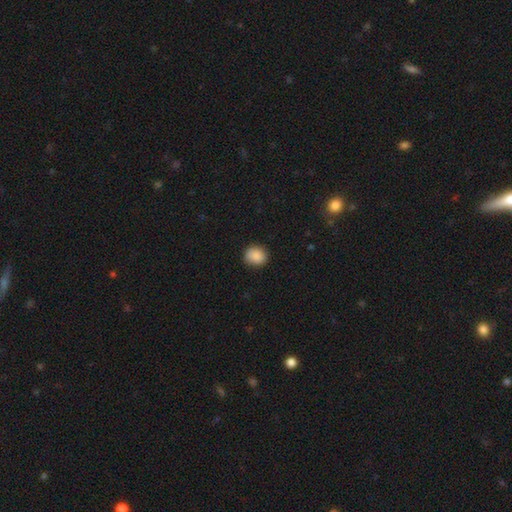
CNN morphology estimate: The model was most divided on "how rounded": round: 72%, in between: 27%, cigar-shaped: 1%. More confident: smooth or featured — smooth (89%); merging — none (86%).